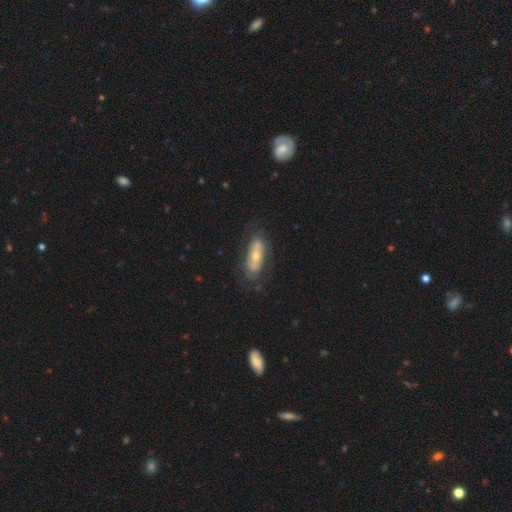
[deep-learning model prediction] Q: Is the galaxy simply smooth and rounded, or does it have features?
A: featured or disk — 55%.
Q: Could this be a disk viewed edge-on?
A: no — 79%.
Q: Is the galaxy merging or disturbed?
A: none — 70%.